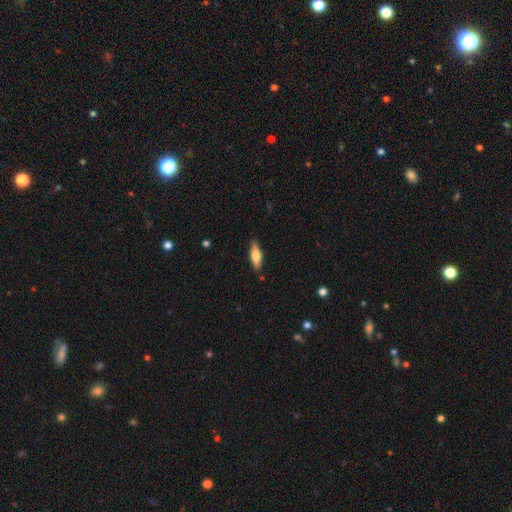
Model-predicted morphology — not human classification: A smooth galaxy with no disk features (60%) that is cigar-shaped (51%). Merging: none (86%).